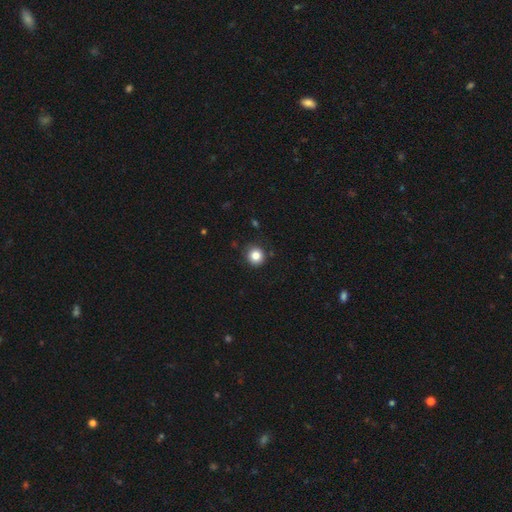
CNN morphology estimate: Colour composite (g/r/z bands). It shows a smooth galaxy with no disk features (84%) that is round (93%). Merging: none (87%).